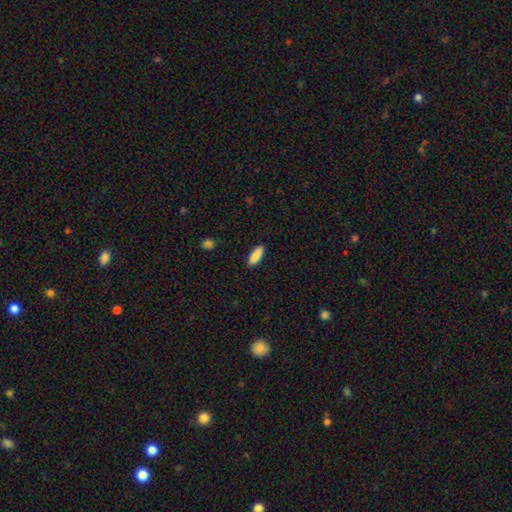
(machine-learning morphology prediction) A smooth galaxy with no disk features (88%) that is in between round and cigar-shaped (57%).

Vote fractions:
- Smooth or featured? smooth: 88% / star or artifact: 6% / featured or disk: 6%
- How rounded? in between: 57% / cigar-shaped: 41% / round: 2%
- Merging? none: 89% / minor disturbance: 8% / major disturbance: 2% / merger: 1%